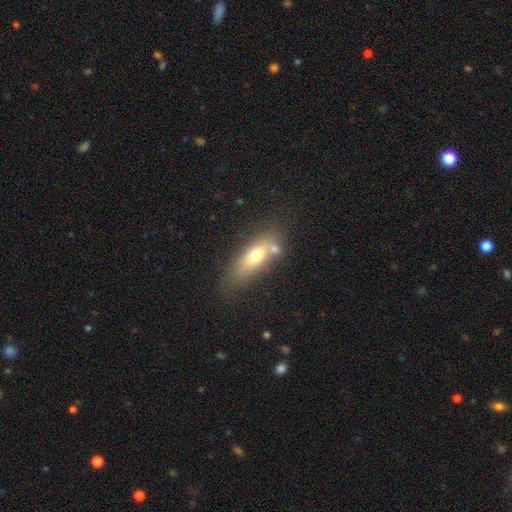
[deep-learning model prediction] This is likely a smooth galaxy (65%). How rounded: likely in between (64%). Merging: possibly none (59%).